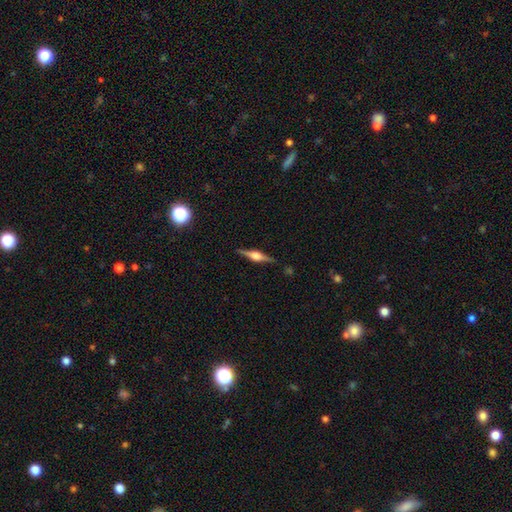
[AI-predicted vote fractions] This appears to be a featured or disk galaxy (80%) viewed edge-on (98%) with a rounded central bulge (87%). Merging: none (89%).